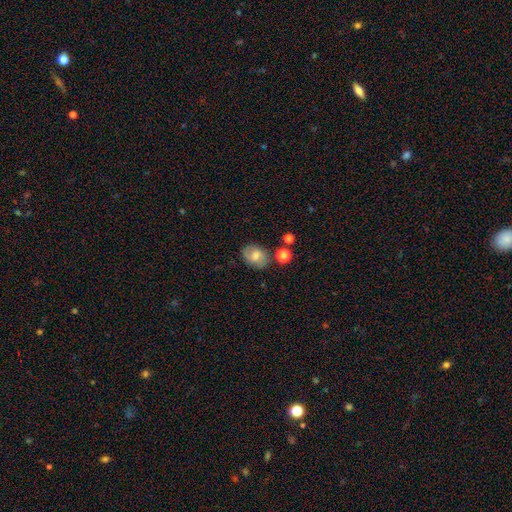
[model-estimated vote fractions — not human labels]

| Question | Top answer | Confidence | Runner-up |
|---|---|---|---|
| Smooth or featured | smooth | 62% | featured or disk (28%) |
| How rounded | in between | 59% | round (40%) |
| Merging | none | 71% | minor disturbance (18%) |